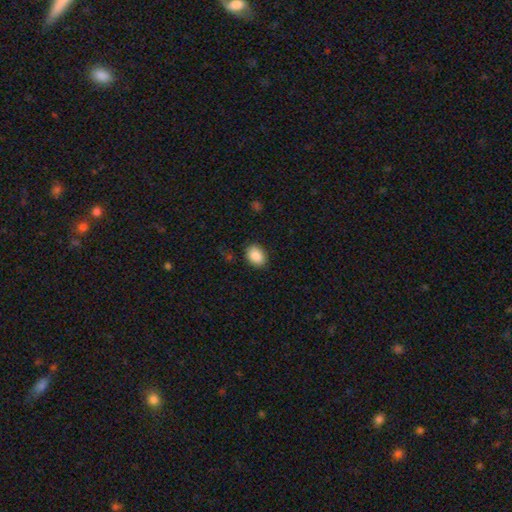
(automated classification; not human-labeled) Overall: smooth (89%). How rounded: in between (68%; round 31%). Merging: none (84%).